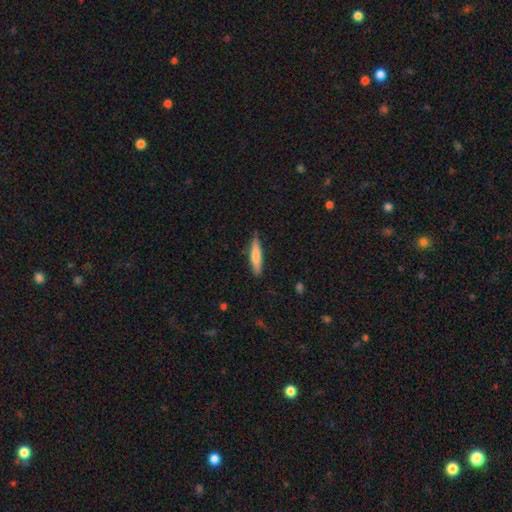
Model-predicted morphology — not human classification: type=smooth (73%); roundness=cigar-shaped (84%); merging=none (83%).